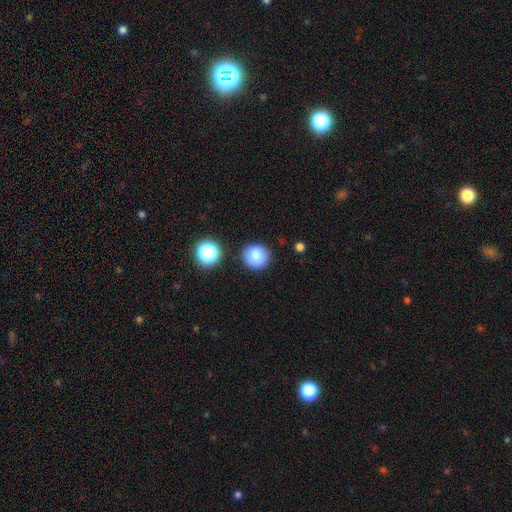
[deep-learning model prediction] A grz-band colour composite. It shows a smooth galaxy with no disk features (82%) that is round (88%). Merging: none (86%).